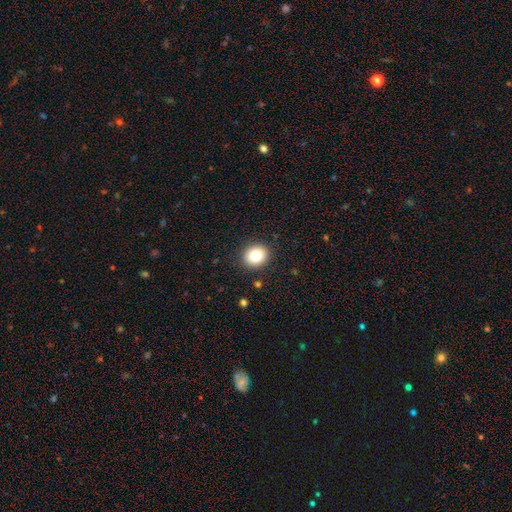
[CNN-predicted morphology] Smooth or featured: smooth — 83% (star or artifact — 10%)
How rounded: round — 70% (in between — 30%)
Merging: none — 90% (minor disturbance — 7%)